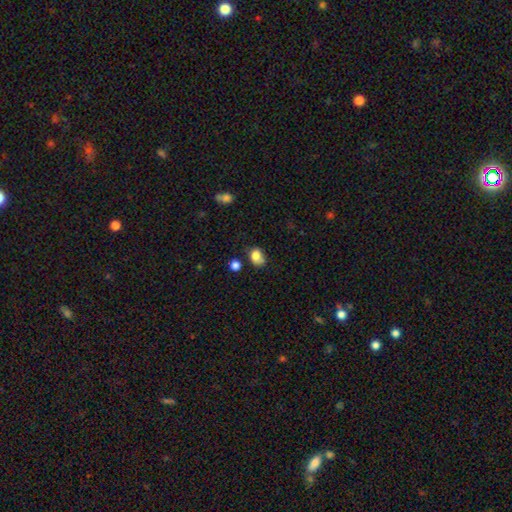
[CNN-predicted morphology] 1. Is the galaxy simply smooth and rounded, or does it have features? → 81% smooth, 10% star or artifact, 9% featured or disk.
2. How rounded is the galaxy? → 57% in between, 42% round, 1% cigar-shaped.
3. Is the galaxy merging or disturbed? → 46% none, 31% minor disturbance, 12% merger, 11% major disturbance.